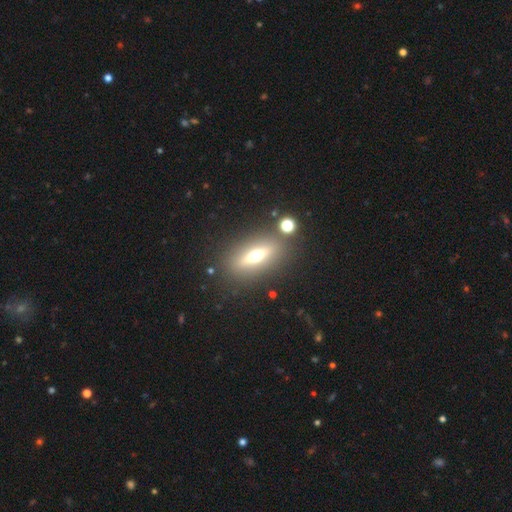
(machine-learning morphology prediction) smooth_or_featured: featured or disk (p=0.51) [alt: smooth p=0.39]
disk_edge_on: yes (p=0.75) [alt: no p=0.25]
merging: none (p=0.83) [alt: minor disturbance p=0.09]